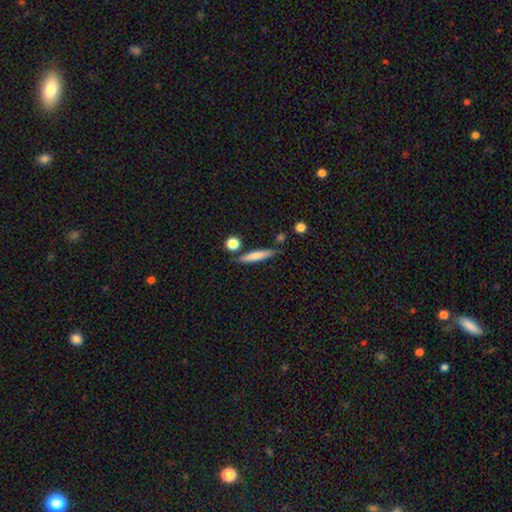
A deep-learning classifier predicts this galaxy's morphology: A smooth galaxy with no disk features (68%) that is cigar-shaped (89%).

Vote fractions:
- Smooth or featured? smooth: 68% / featured or disk: 26% / star or artifact: 6%
- How rounded? cigar-shaped: 89% / in between: 9% / round: 2%
- Merging? none: 78% / minor disturbance: 13% / merger: 6% / major disturbance: 3%